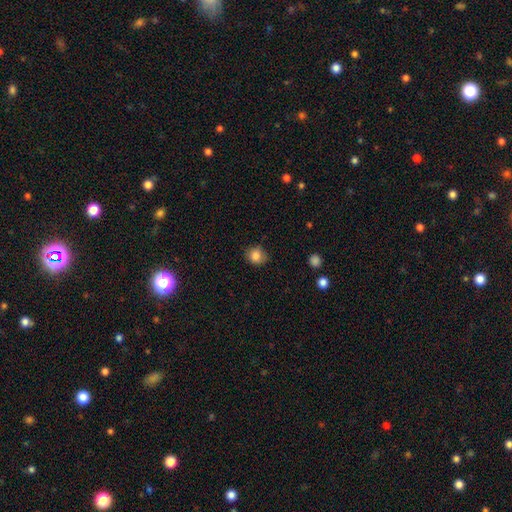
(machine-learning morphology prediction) The model was most divided on "how rounded": round: 76%, in between: 23%, cigar-shaped: 1%. More confident: smooth or featured — smooth (84%); merging — none (75%).